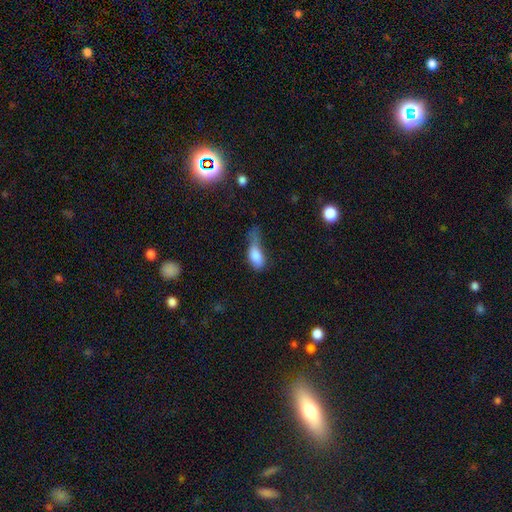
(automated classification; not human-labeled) Smooth or featured? Predicted: smooth (p=0.78). How rounded? Predicted: in between (p=0.82). Merging? Predicted: major disturbance (p=0.48).